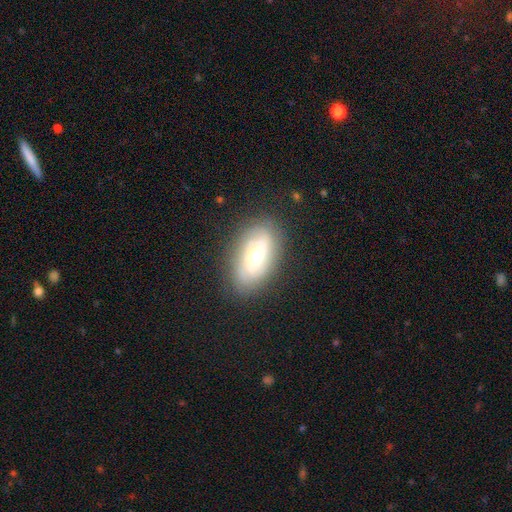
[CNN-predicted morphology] A featured or disk galaxy (60%) with no bar (65%), spiral arms (80%) and a moderate central bulge (57%). Merging: none (80%).